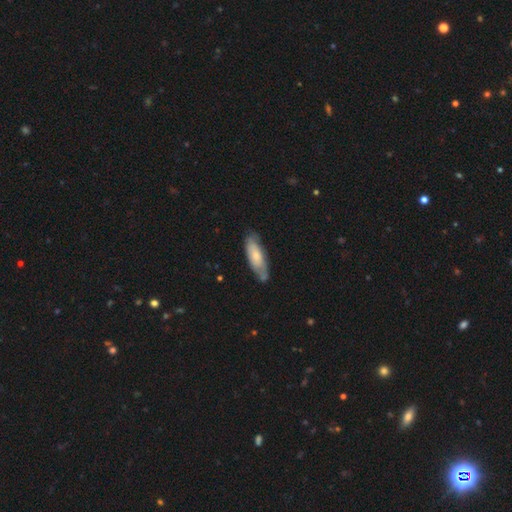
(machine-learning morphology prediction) This appears to be a smooth galaxy with no disk features (59%) that is in between round and cigar-shaped (60%). Merging: none (66%).